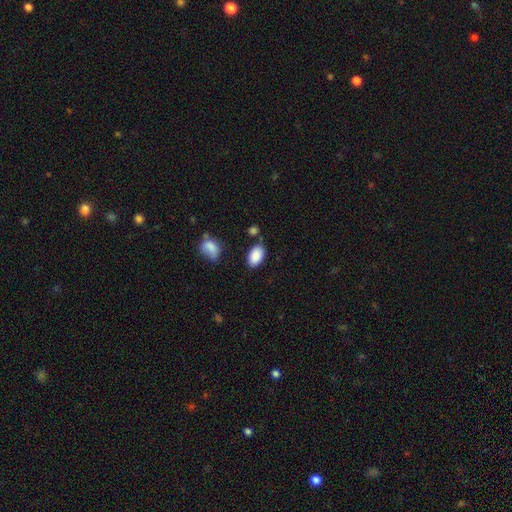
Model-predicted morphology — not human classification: The model was most divided on "merging": none: 77%, minor disturbance: 14%, merger: 5%, major disturbance: 4%. More confident: how rounded — in between (92%); smooth or featured — smooth (89%).